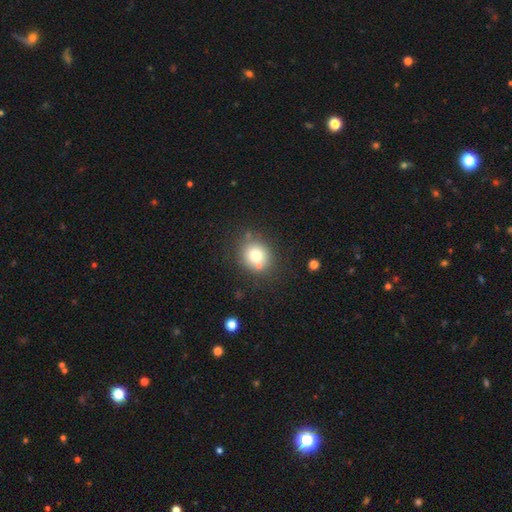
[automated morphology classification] type=smooth (74%); roundness=round (79%); merging=none (71%).